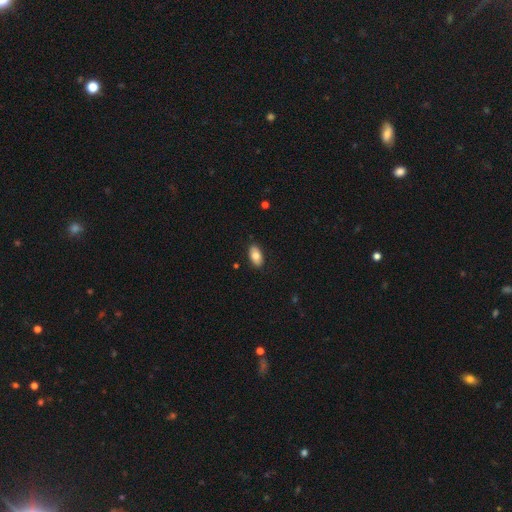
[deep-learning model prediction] This appears to be a smooth galaxy with no disk features (78%) that is in between round and cigar-shaped (94%). Merging: none (88%).